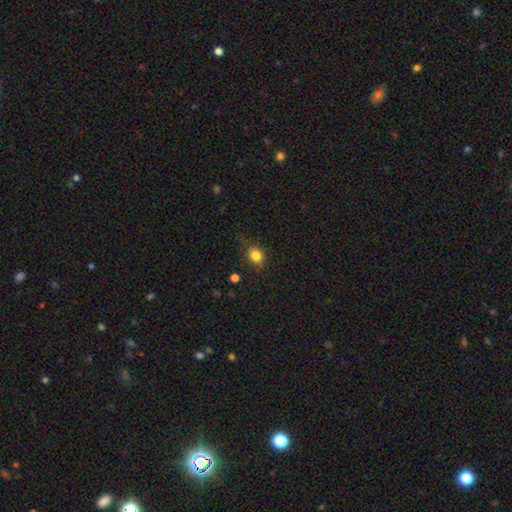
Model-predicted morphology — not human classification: Smooth or featured? smooth (81%)
How rounded? round (63%)
Merging? none (74%)